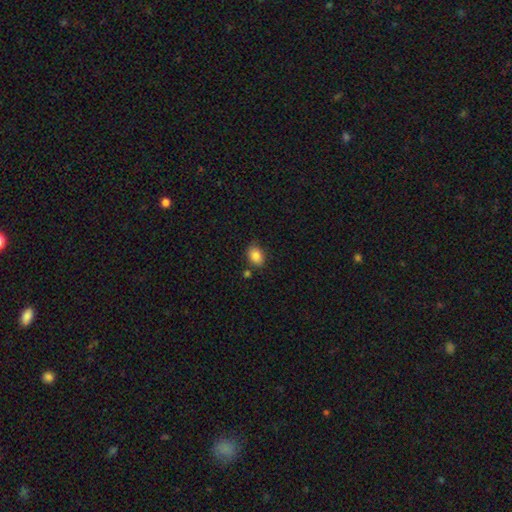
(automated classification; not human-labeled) Morphology: type=smooth (86%); roundness=in between (76%); merging=none (75%).